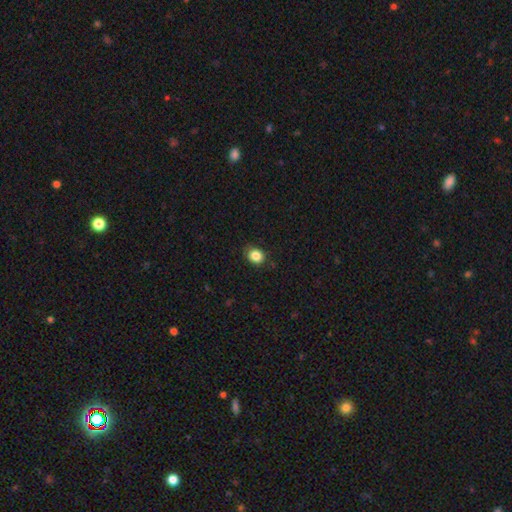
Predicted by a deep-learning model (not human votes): The model was most divided on "how rounded": round: 62%, in between: 38%, cigar-shaped: 1%. More confident: smooth or featured — smooth (85%); merging — none (84%).